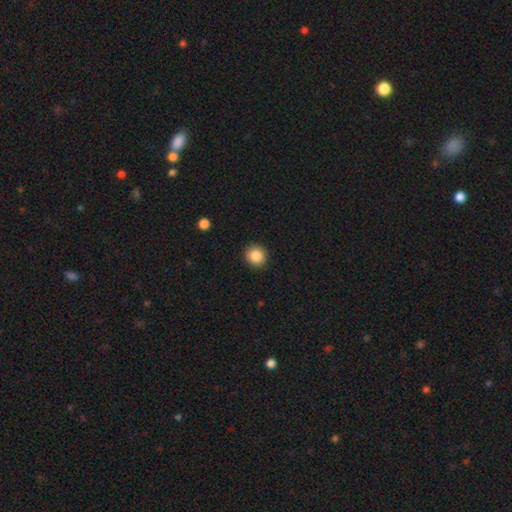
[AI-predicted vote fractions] Smooth or featured? smooth (86%)
How rounded? round (91%)
Merging? none (92%)